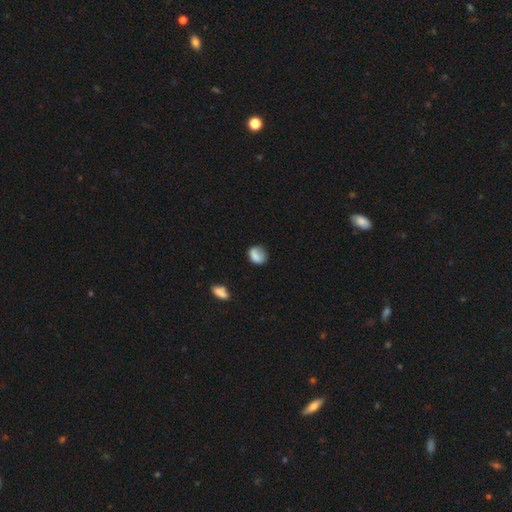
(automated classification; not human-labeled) Smooth or featured?
  - smooth: 78% *
  - featured or disk: 13%
  - star or artifact: 9%
How rounded?
  - round: 53% *
  - in between: 46%
  - cigar-shaped: 2%
Merging?
  - none: 59% *
  - minor disturbance: 27%
  - major disturbance: 10%
  - merger: 4%